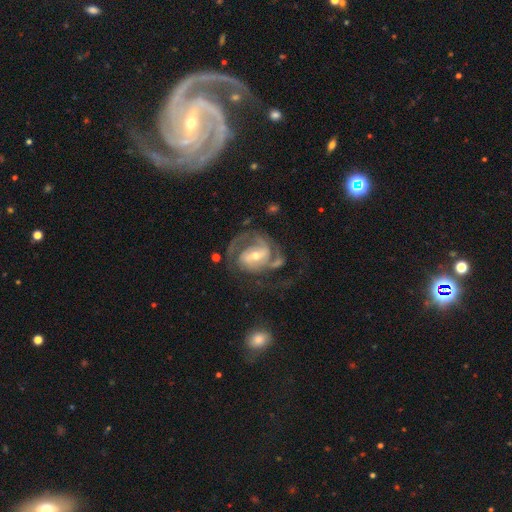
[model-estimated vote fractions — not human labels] Smooth or featured? Predicted: featured or disk (p=0.89). Edge-on disk? Predicted: no (p=0.97). Bar? Predicted: weak (p=0.43). Spiral arms? Predicted: yes (p=0.96). Spiral winding? Predicted: medium (p=0.47). Spiral arm count? Predicted: 2 (p=0.55). Bulge size? Predicted: moderate (p=0.51). Merging? Predicted: none (p=0.51).